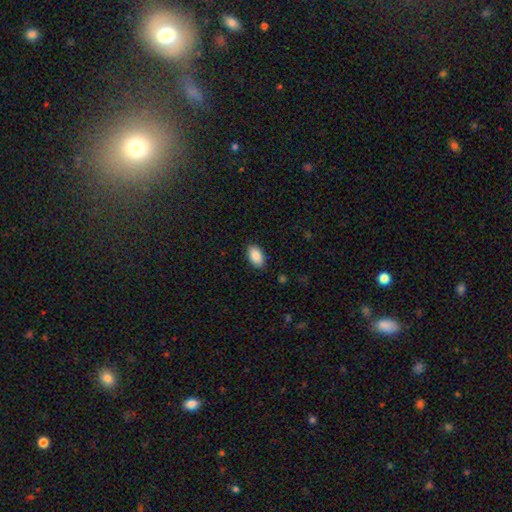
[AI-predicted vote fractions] smooth_or_featured: smooth (p=0.89) [alt: star or artifact p=0.07]
how_rounded: in between (p=0.94) [alt: round p=0.04]
merging: none (p=0.88) [alt: minor disturbance p=0.09]